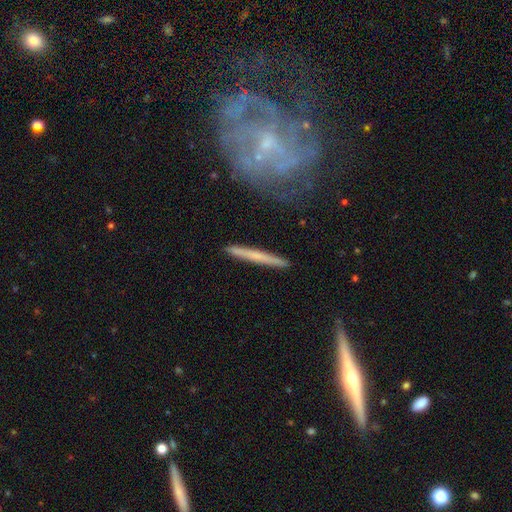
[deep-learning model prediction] The model was most divided on "smooth or featured": featured or disk: 49%, smooth: 45%, star or artifact: 6%. More confident: merging — none (87%).